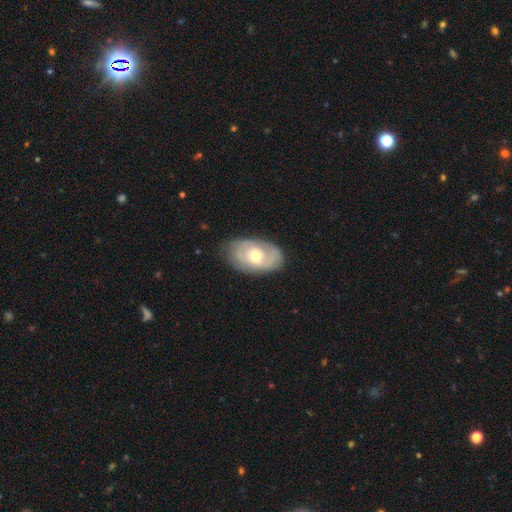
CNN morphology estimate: type=featured or disk (57%); edge-on=no (93%); bar=no (71%); spiral arms=yes (65%); bulge=moderate (71%); merging=none (73%).